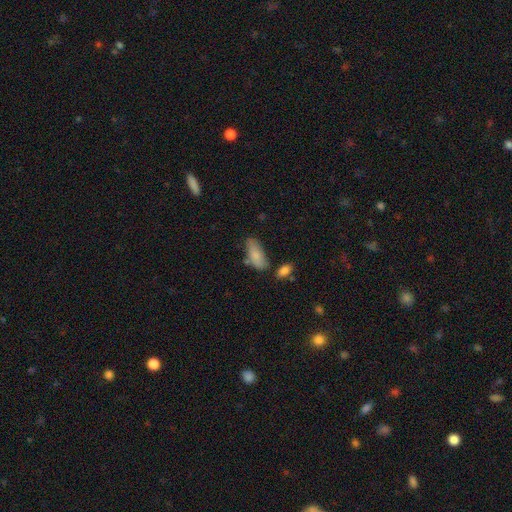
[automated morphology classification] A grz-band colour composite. It shows a smooth galaxy with no disk features (83%) that is in between round and cigar-shaped (84%). Merging: none (60%).